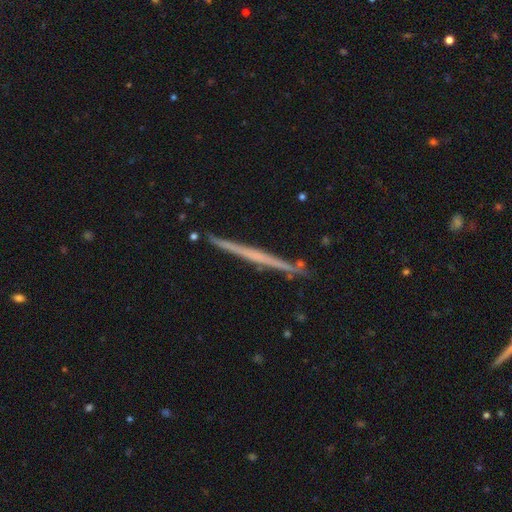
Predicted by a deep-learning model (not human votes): Smooth or featured?
  - featured or disk: 65% *
  - smooth: 29%
  - star or artifact: 6%
Edge-on disk?
  - yes: 98% *
  - no: 2%
Edge-on bulge?
  - none: 83% *
  - rounded: 12%
  - boxy: 5%
Merging?
  - none: 89% *
  - minor disturbance: 8%
  - merger: 2%
  - major disturbance: 1%